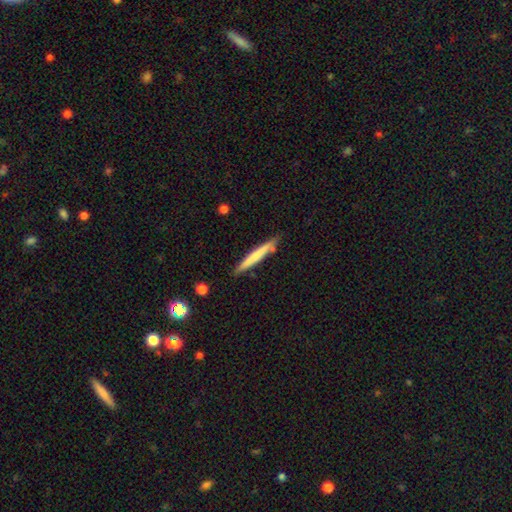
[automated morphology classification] Smooth or featured?
  - smooth: 61% *
  - featured or disk: 34%
  - star or artifact: 5%
How rounded?
  - cigar-shaped: 96% *
  - in between: 3%
  - round: 1%
Merging?
  - none: 84% *
  - minor disturbance: 11%
  - merger: 3%
  - major disturbance: 2%